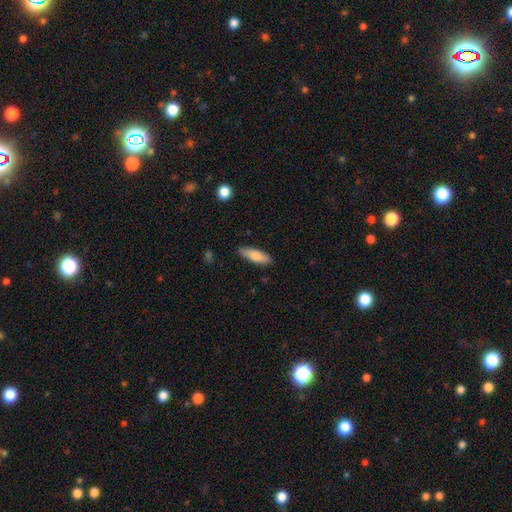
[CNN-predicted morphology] Smooth or featured?
  - smooth: 77% *
  - featured or disk: 17%
  - star or artifact: 6%
How rounded?
  - cigar-shaped: 50% *
  - in between: 48%
  - round: 2%
Merging?
  - none: 86% *
  - minor disturbance: 11%
  - major disturbance: 2%
  - merger: 1%